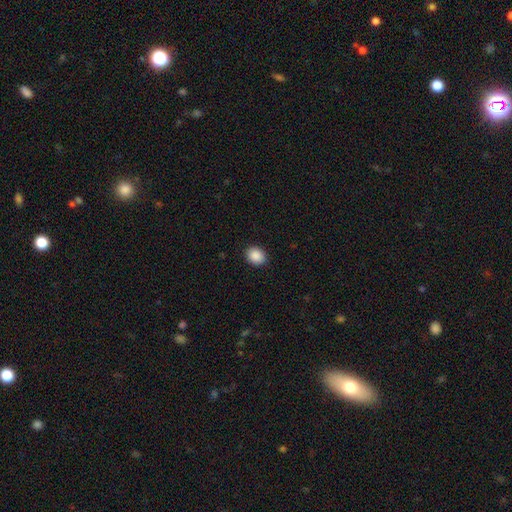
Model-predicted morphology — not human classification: The model was most divided on "how rounded": round: 56%, in between: 44%, cigar-shaped: 1%. More confident: merging — none (91%); smooth or featured — smooth (90%).